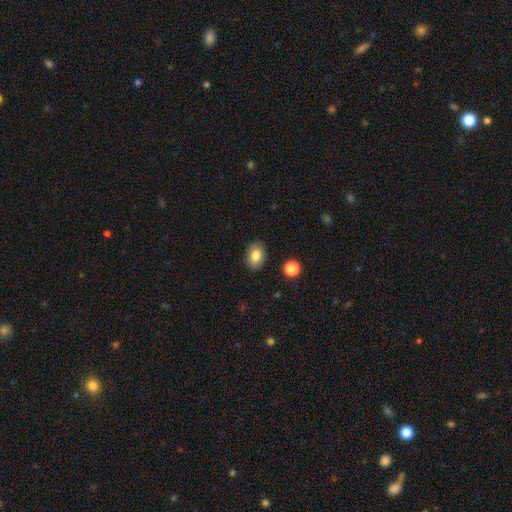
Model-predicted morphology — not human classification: A smooth galaxy with no disk features (82%) that is in between round and cigar-shaped (76%).

Vote fractions:
- Smooth or featured? smooth: 82% / featured or disk: 10% / star or artifact: 8%
- How rounded? in between: 76% / round: 23% / cigar-shaped: 1%
- Merging? none: 87% / minor disturbance: 9% / major disturbance: 2% / merger: 2%